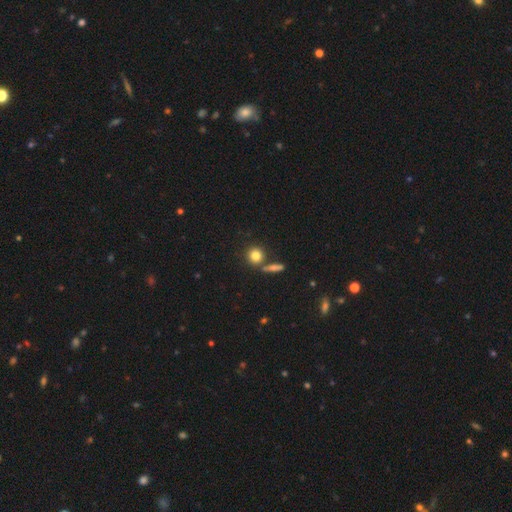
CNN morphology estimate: This appears to be a smooth galaxy with no disk features (81%) that is round (87%). Merging: none (73%).